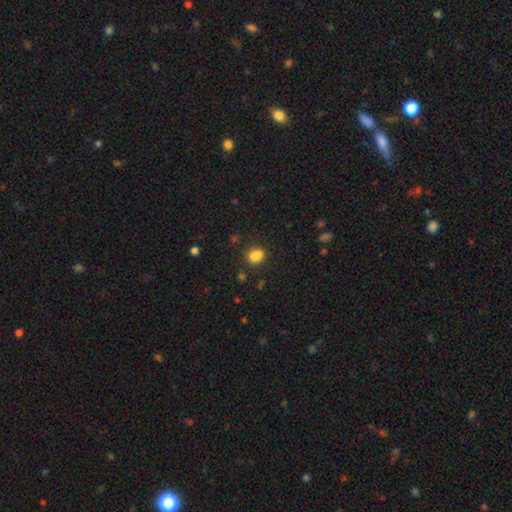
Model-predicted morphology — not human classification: A smooth galaxy with no disk features (82%) that is in between round and cigar-shaped (60%).

Vote fractions:
- Smooth or featured? smooth: 82% / star or artifact: 12% / featured or disk: 6%
- How rounded? in between: 60% / round: 38% / cigar-shaped: 2%
- Merging? none: 67% / minor disturbance: 16% / merger: 12% / major disturbance: 5%